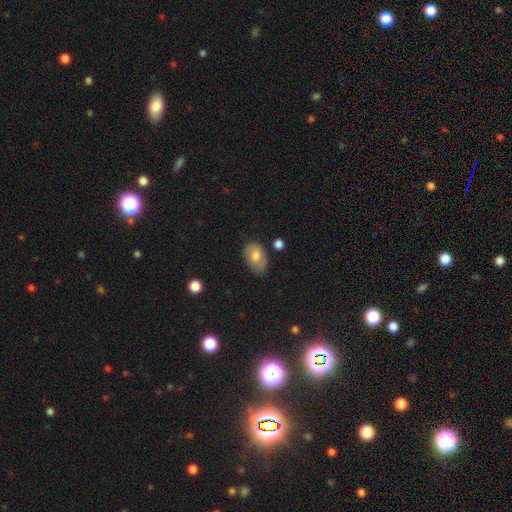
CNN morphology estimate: A smooth galaxy with no disk features (72%) that is in between round and cigar-shaped (87%). Merging: none (64%).